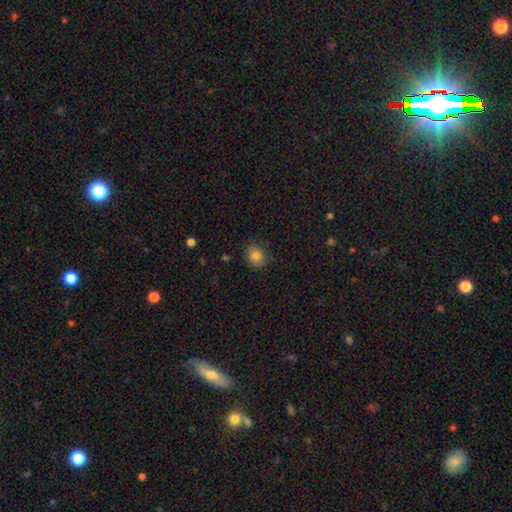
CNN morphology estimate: smooth_or_featured: smooth (p=0.82) [alt: star or artifact p=0.10]
how_rounded: round (p=0.63) [alt: in between p=0.36]
merging: none (p=0.78) [alt: minor disturbance p=0.17]